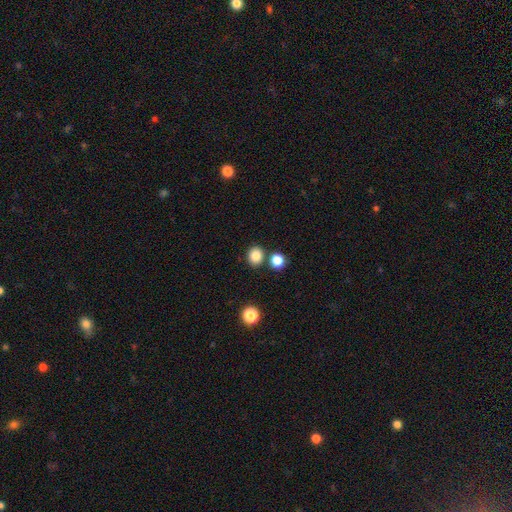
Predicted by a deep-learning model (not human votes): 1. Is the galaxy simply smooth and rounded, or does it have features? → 84% smooth, 11% star or artifact, 5% featured or disk.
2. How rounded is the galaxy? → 74% round, 25% in between, 1% cigar-shaped.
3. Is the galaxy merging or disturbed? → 78% none, 11% merger, 8% minor disturbance, 2% major disturbance.